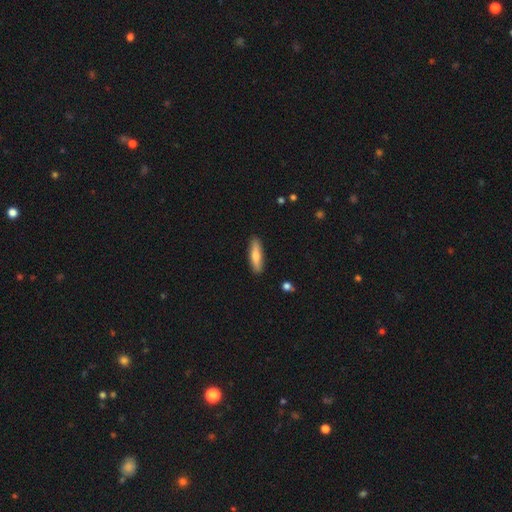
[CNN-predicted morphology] smooth 70%, featured or disk 25%, star or artifact 6%. Down the decision tree: how rounded — cigar-shaped (70%); merging — none (88%).